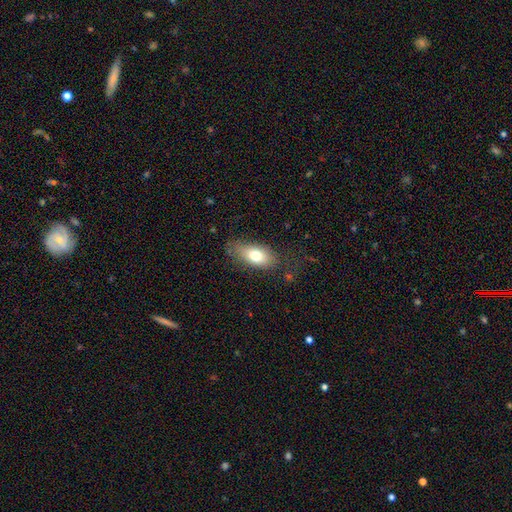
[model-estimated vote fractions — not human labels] Smooth or featured? smooth (74%)
How rounded? in between (87%)
Merging? none (70%)